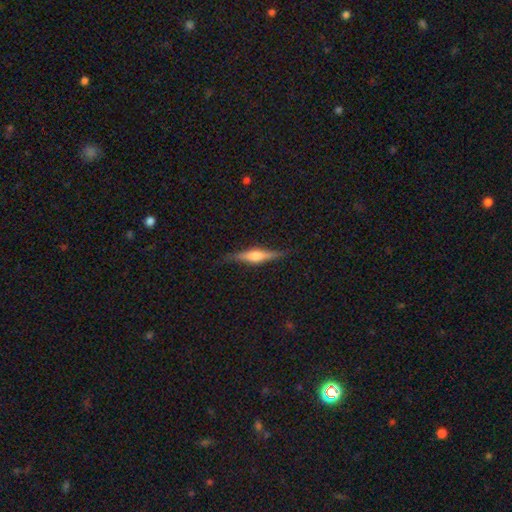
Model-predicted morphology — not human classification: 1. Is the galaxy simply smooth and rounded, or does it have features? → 63% featured or disk, 30% smooth, 6% star or artifact.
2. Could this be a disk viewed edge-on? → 96% yes, 4% no.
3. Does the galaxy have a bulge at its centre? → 80% rounded, 15% boxy, 6% none.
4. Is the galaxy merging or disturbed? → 84% none, 12% minor disturbance, 3% major disturbance, 1% merger.